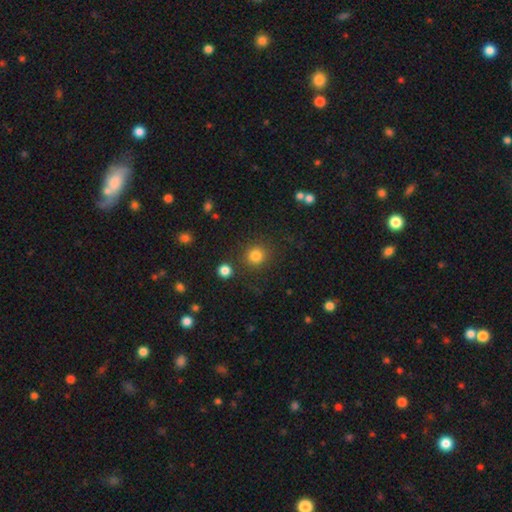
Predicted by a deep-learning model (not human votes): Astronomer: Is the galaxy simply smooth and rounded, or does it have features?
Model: smooth — 83%.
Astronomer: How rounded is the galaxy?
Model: round — 91%.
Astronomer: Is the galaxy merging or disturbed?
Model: none — 85%.